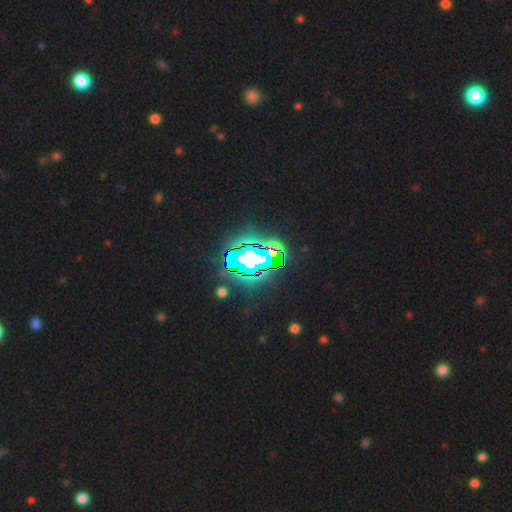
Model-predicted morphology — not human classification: The model was most divided on "smooth or featured": star or artifact: 71%, featured or disk: 18%, smooth: 11%.